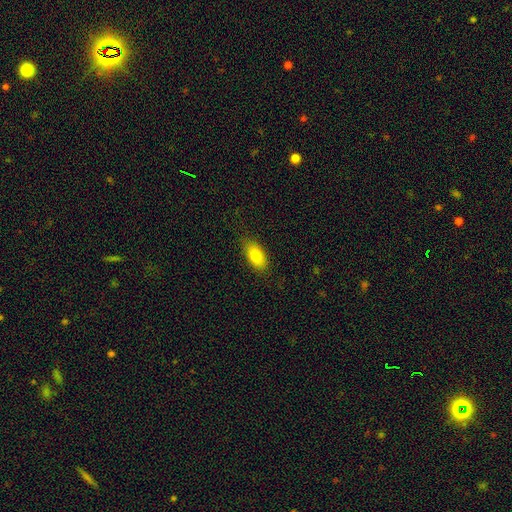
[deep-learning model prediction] smooth_or_featured: smooth (p=0.79) [alt: featured or disk p=0.13]
how_rounded: in between (p=0.89) [alt: cigar-shaped p=0.06]
merging: none (p=0.83) [alt: minor disturbance p=0.13]